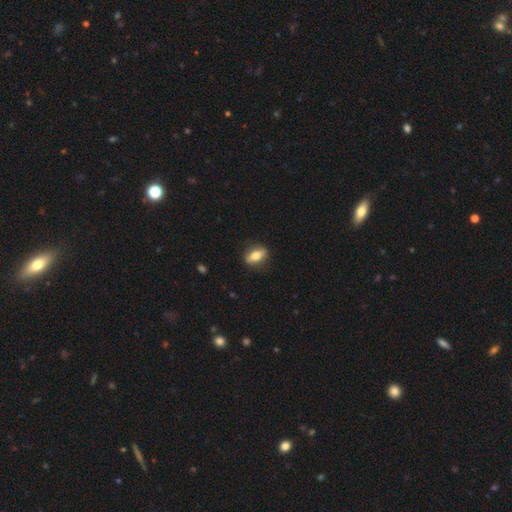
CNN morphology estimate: This is likely a smooth galaxy (62%). How rounded: likely in between (73%). Merging: clearly none (85%).